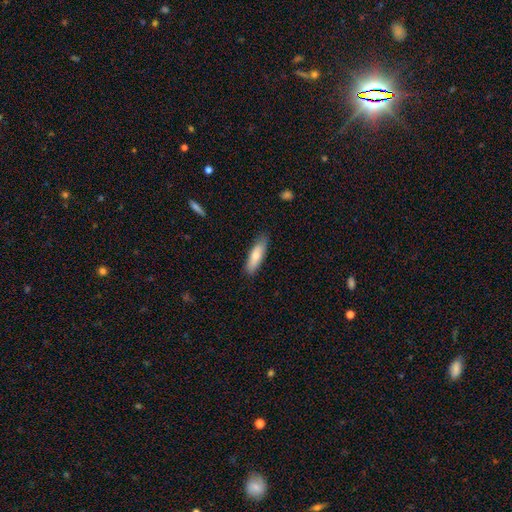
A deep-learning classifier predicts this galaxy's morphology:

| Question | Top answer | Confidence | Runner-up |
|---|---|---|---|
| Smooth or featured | smooth | 75% | featured or disk (19%) |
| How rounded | cigar-shaped | 56% | in between (43%) |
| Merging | none | 84% | minor disturbance (13%) |